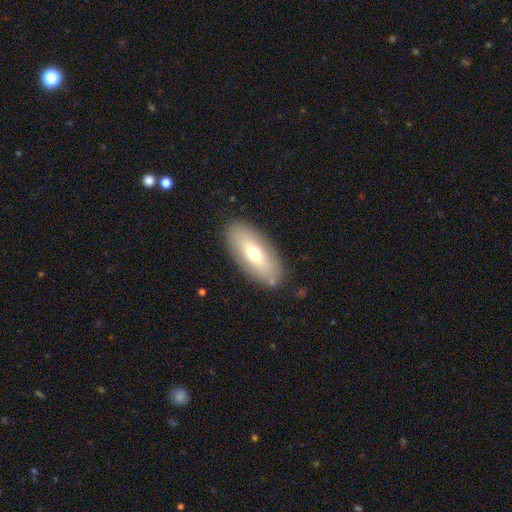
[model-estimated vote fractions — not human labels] smooth-or-featured: smooth: 65% | featured or disk: 28% | star or artifact: 7%
  how-rounded: in between: 84% | cigar-shaped: 13% | round: 3%
  merging: none: 86% | minor disturbance: 9% | major disturbance: 3% | merger: 2%